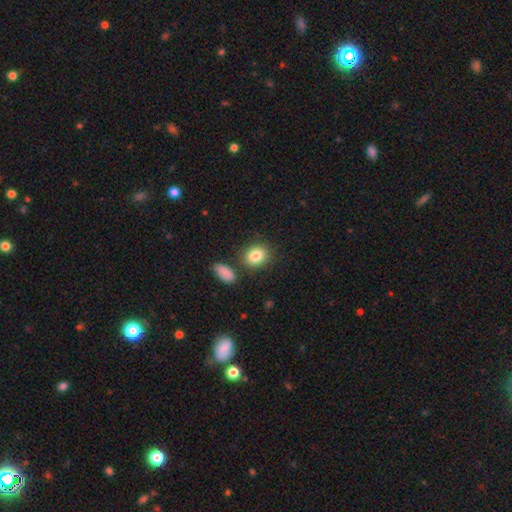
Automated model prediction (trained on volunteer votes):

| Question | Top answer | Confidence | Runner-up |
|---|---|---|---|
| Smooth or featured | smooth | 85% | star or artifact (8%) |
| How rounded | in between | 54% | round (45%) |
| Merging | none | 78% | minor disturbance (10%) |